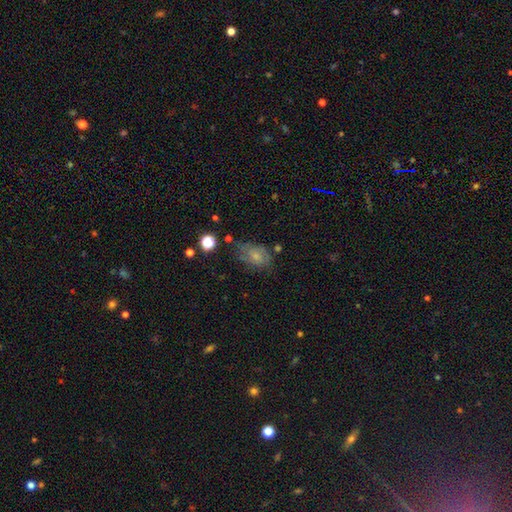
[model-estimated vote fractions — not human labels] smooth-or-featured: smooth: 53% | featured or disk: 34% | star or artifact: 13%
  how-rounded: in between: 80% | round: 18% | cigar-shaped: 2%
  merging: none: 48% | minor disturbance: 31% | major disturbance: 17% | merger: 4%